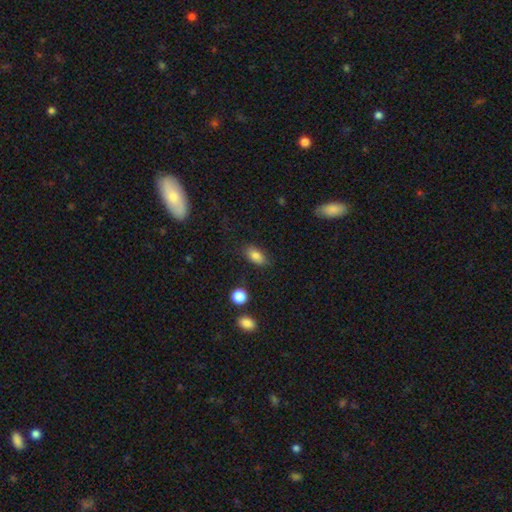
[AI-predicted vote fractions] This is clearly a smooth galaxy (83%). How rounded: clearly in between (89%). Merging: clearly none (82%).